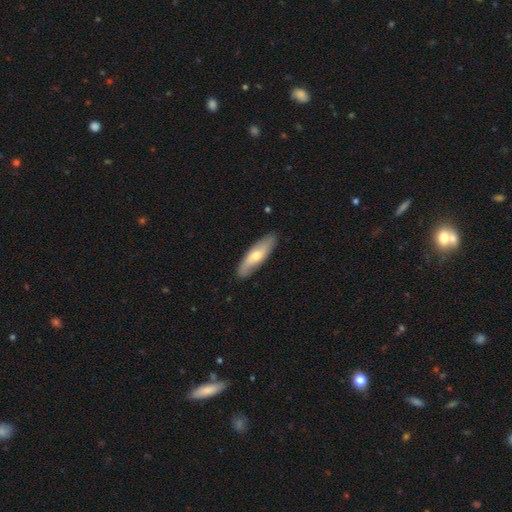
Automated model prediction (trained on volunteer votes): A smooth galaxy with no disk features (55%) that is cigar-shaped (52%).

Vote fractions:
- Smooth or featured? smooth: 55% / featured or disk: 40% / star or artifact: 5%
- How rounded? cigar-shaped: 52% / in between: 46% / round: 2%
- Merging? none: 87% / minor disturbance: 10% / major disturbance: 2% / merger: 1%